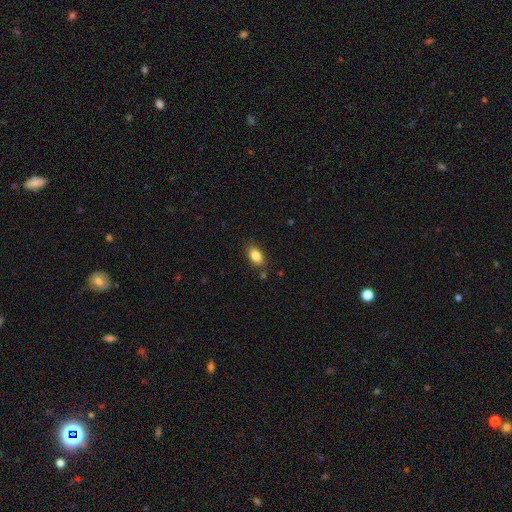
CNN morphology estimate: Smooth or featured? smooth (85%)
How rounded? in between (89%)
Merging? none (83%)